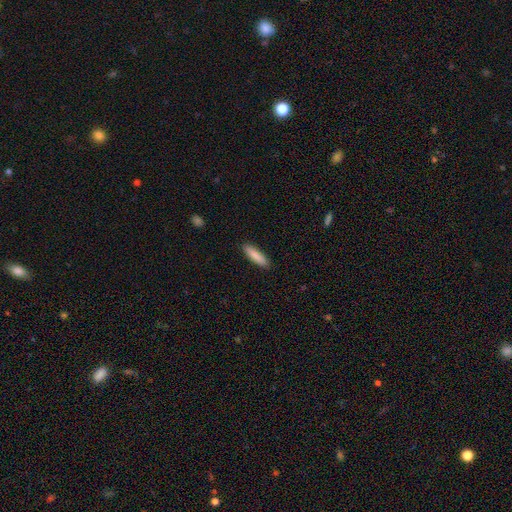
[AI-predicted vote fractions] Q: Smooth or featured?
A: smooth (87%); runner-up: featured or disk (8%)
Q: How rounded?
A: cigar-shaped (76%); runner-up: in between (23%)
Q: Merging?
A: none (90%); runner-up: minor disturbance (7%)